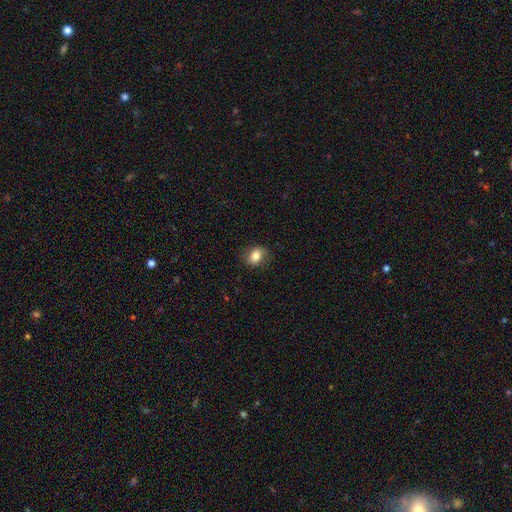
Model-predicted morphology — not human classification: Q: Smooth or featured?
A: smooth (79%); runner-up: featured or disk (12%)
Q: How rounded?
A: in between (55%); runner-up: round (43%)
Q: Merging?
A: none (84%); runner-up: minor disturbance (12%)